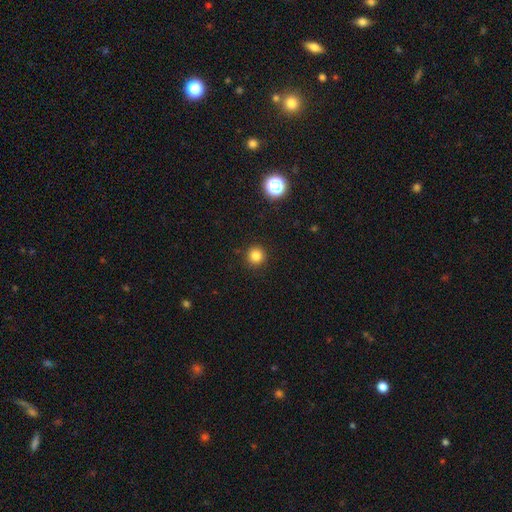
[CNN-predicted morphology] Overall: smooth (83%). How rounded: round (95%). Merging: none (92%).